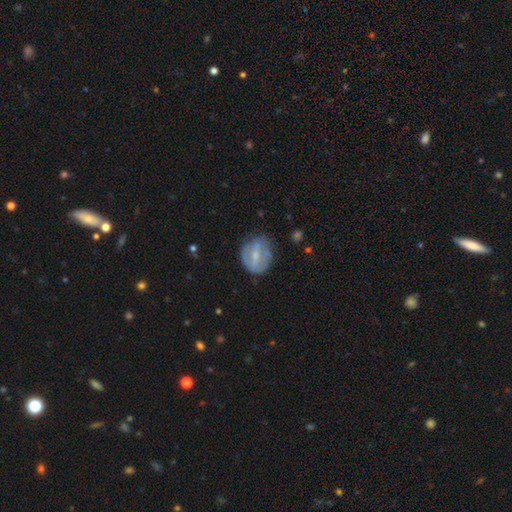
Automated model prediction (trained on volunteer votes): Smooth or featured: featured or disk — 48% (smooth — 44%)
Merging: none — 61% (minor disturbance — 26%)